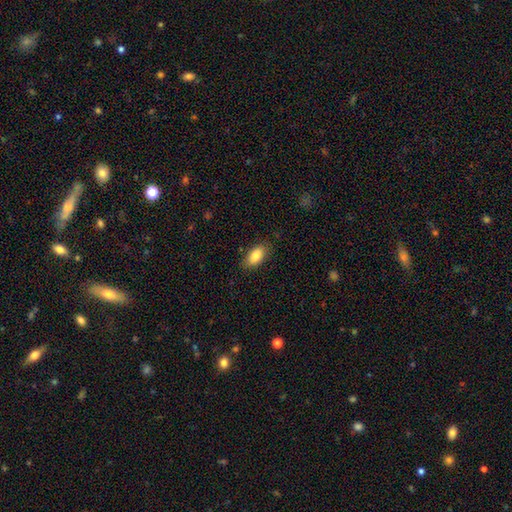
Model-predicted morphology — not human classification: Q: Smooth or featured?
A: smooth (84%); runner-up: featured or disk (9%)
Q: How rounded?
A: in between (90%); runner-up: cigar-shaped (6%)
Q: Merging?
A: none (83%); runner-up: minor disturbance (13%)